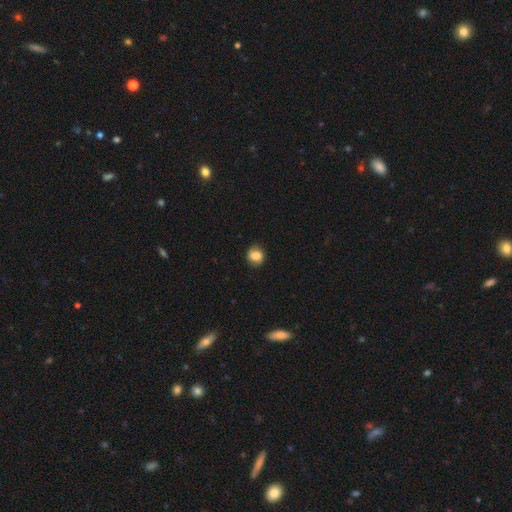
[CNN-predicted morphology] Smooth or featured? smooth (76%)
How rounded? round (73%)
Merging? none (82%)